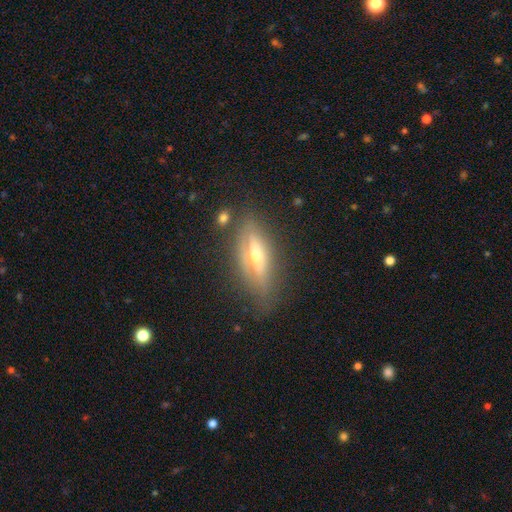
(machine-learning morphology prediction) smooth-or-featured: featured or disk: 61% | smooth: 31% | star or artifact: 8%
  disk-edge-on: yes: 74% | no: 26%
  merging: none: 71% | minor disturbance: 19% | major disturbance: 7% | merger: 3%